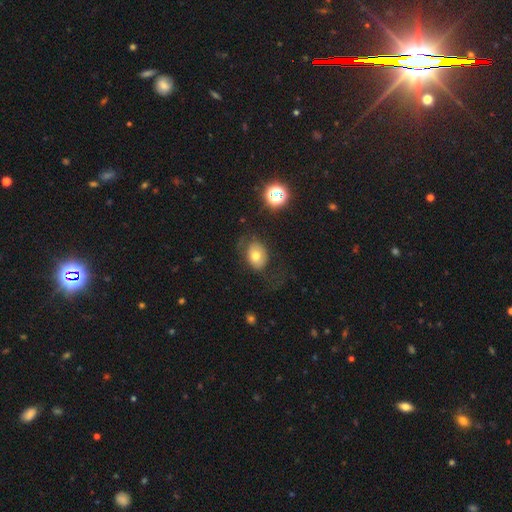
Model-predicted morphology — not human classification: Smooth or featured: smooth — 66% (featured or disk — 23%)
How rounded: in between — 66% (round — 33%)
Merging: none — 56% (minor disturbance — 21%)